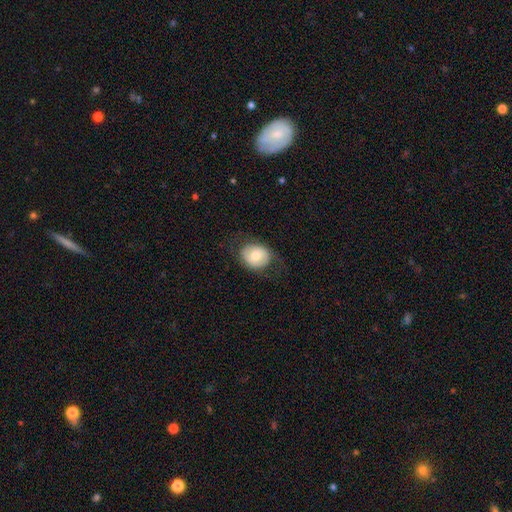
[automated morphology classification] Smooth or featured? smooth (62%)
How rounded? round (57%)
Merging? none (72%)